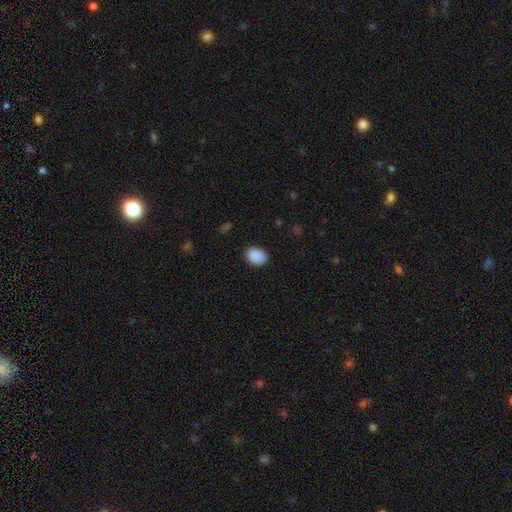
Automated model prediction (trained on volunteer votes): Q: Smooth or featured?
A: smooth (90%); runner-up: star or artifact (8%)
Q: How rounded?
A: in between (69%); runner-up: round (30%)
Q: Merging?
A: none (84%); runner-up: minor disturbance (12%)